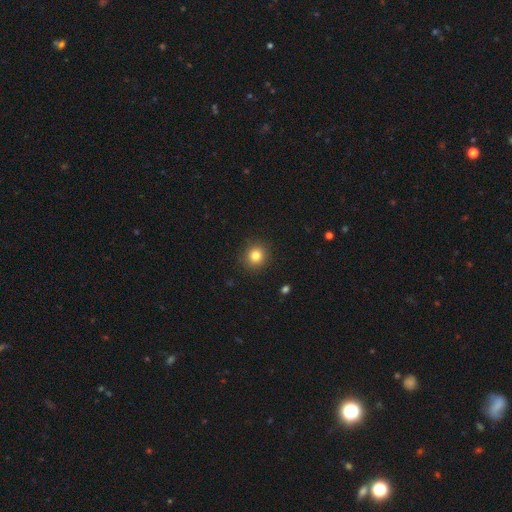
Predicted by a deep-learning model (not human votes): This is clearly a smooth galaxy (82%). How rounded: clearly round (89%). Merging: clearly none (90%).